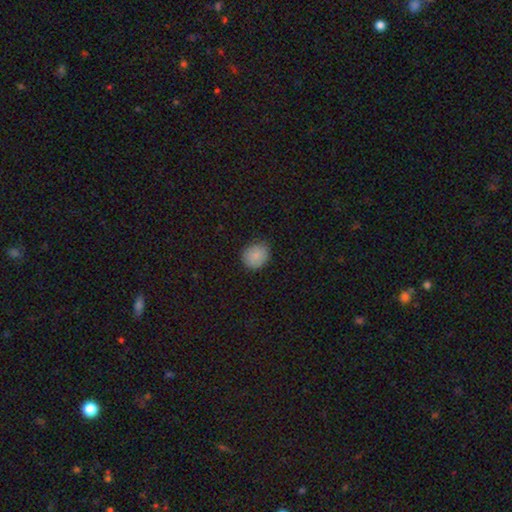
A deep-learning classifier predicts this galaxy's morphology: type=smooth (86%); roundness=round (68%); merging=none (83%).